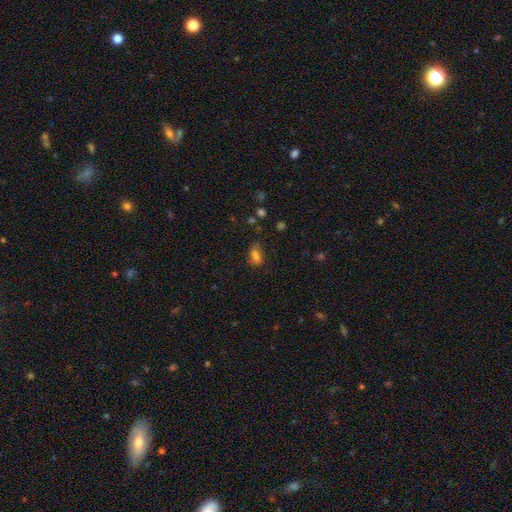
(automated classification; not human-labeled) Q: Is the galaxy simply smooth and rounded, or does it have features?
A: smooth — 67%.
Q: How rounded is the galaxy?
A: in between — 78%.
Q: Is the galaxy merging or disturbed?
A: none — 56%.